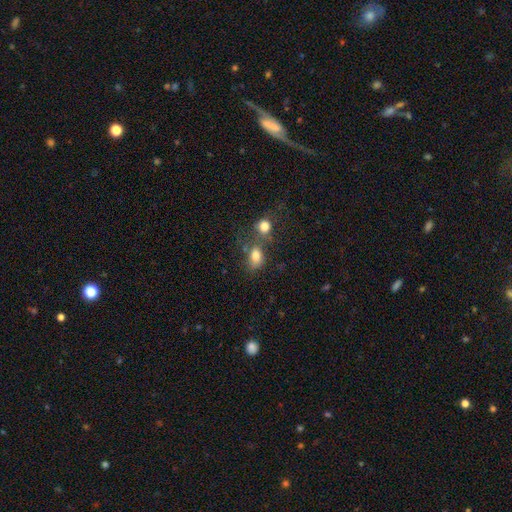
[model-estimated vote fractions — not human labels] Smooth or featured? smooth (79%)
How rounded? in between (70%)
Merging? none (40%)